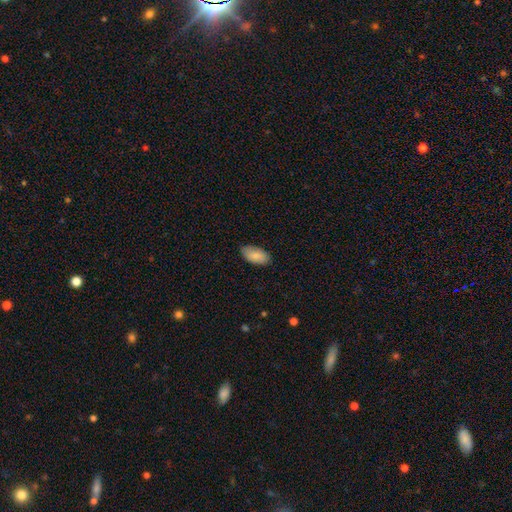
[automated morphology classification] This appears to be a smooth galaxy with no disk features (84%) that is in between round and cigar-shaped (95%). Merging: none (82%).